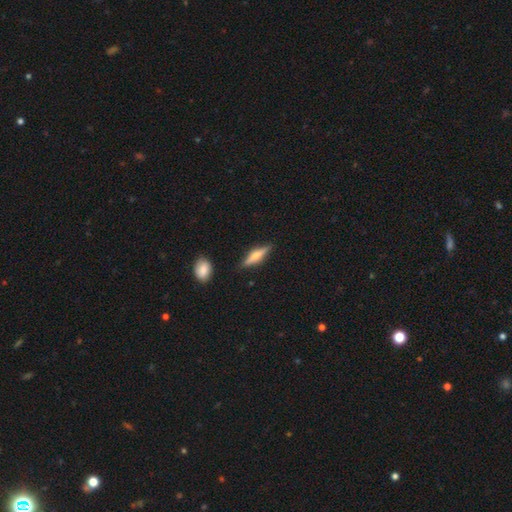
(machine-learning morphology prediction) featured or disk 53%, smooth 41%, star or artifact 6%. Down the decision tree: edge-on disk — yes (95%); edge-on bulge — rounded (81%); merging — none (86%).